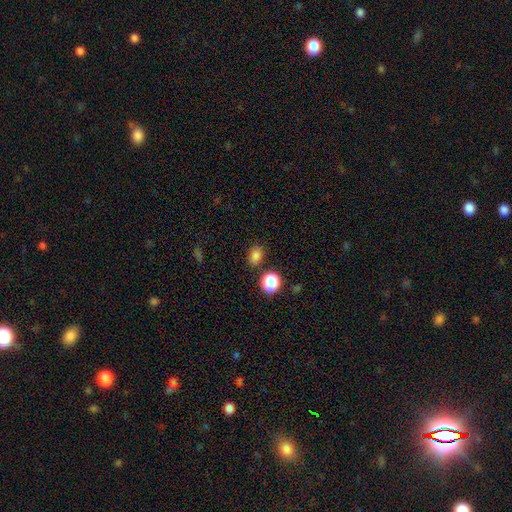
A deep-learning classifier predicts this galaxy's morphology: smooth_or_featured: smooth (p=0.81) [alt: star or artifact p=0.15]
how_rounded: in between (p=0.63) [alt: round p=0.36]
merging: none (p=0.81) [alt: minor disturbance p=0.11]